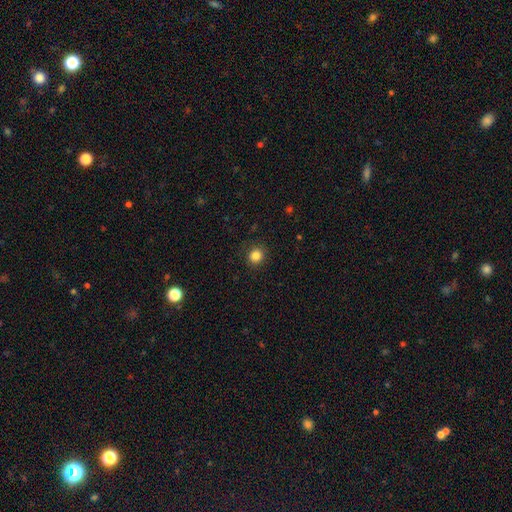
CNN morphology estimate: smooth-or-featured: smooth: 84% | star or artifact: 12% | featured or disk: 5%
  how-rounded: round: 90% | in between: 9% | cigar-shaped: 1%
  merging: none: 89% | minor disturbance: 7% | major disturbance: 3% | merger: 1%